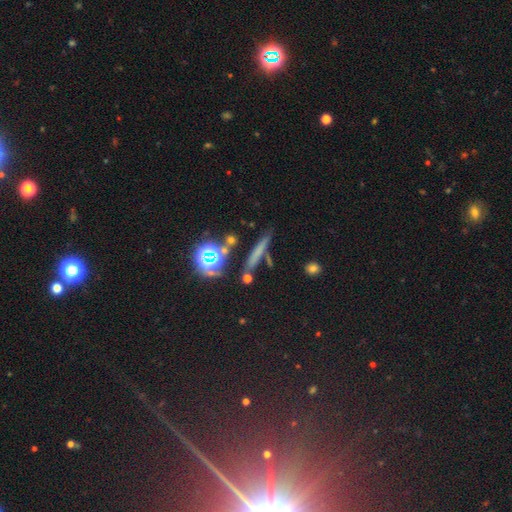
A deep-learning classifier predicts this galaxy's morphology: A smooth galaxy with no disk features (56%) that is cigar-shaped (85%). Merging: none (78%).